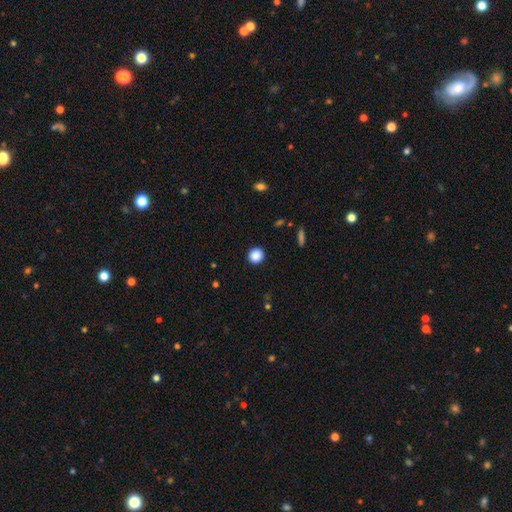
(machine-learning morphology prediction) smooth_or_featured: smooth (p=0.88) [alt: star or artifact p=0.09]
how_rounded: round (p=0.92) [alt: in between p=0.07]
merging: none (p=0.92) [alt: minor disturbance p=0.05]